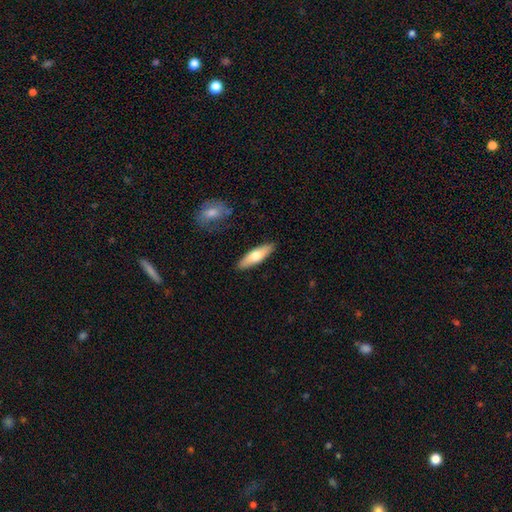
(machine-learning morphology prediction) type=smooth (67%); roundness=cigar-shaped (55%); merging=none (88%).